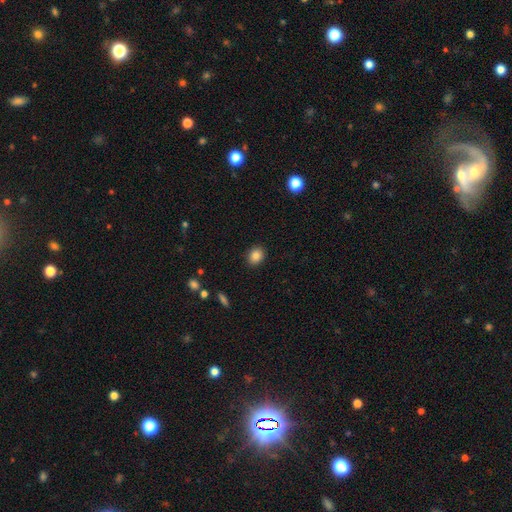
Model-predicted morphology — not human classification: The model was most divided on "how rounded": round: 54%, in between: 45%, cigar-shaped: 1%. More confident: merging — none (89%); smooth or featured — smooth (85%).